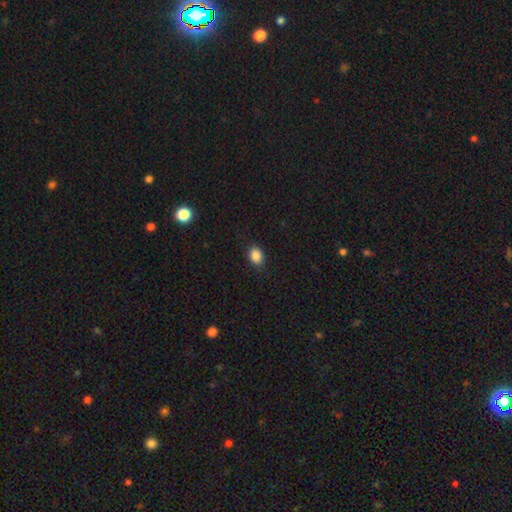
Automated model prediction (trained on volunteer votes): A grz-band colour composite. It shows a smooth galaxy with no disk features (87%) that is in between round and cigar-shaped (64%). Merging: none (86%).